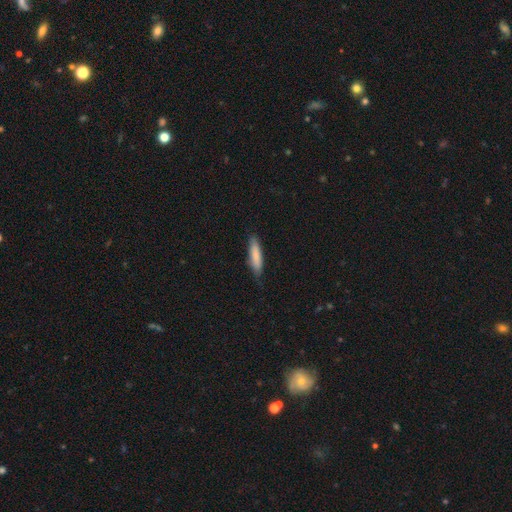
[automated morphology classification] Q: Smooth or featured?
A: smooth (81%); runner-up: featured or disk (13%)
Q: How rounded?
A: cigar-shaped (76%); runner-up: in between (23%)
Q: Merging?
A: none (79%); runner-up: minor disturbance (17%)